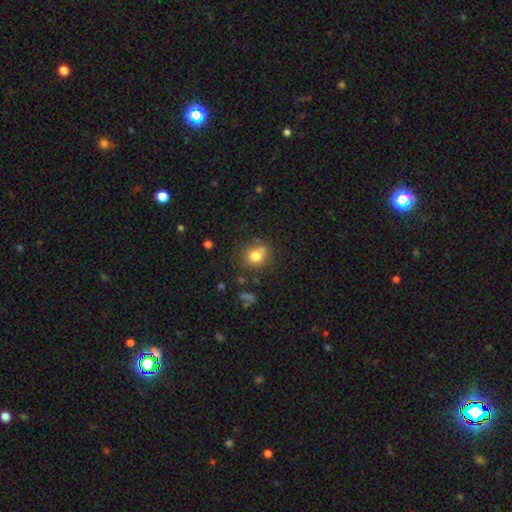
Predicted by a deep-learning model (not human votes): Smooth or featured: smooth — 79% (star or artifact — 12%)
How rounded: round — 76% (in between — 23%)
Merging: none — 70% (minor disturbance — 18%)